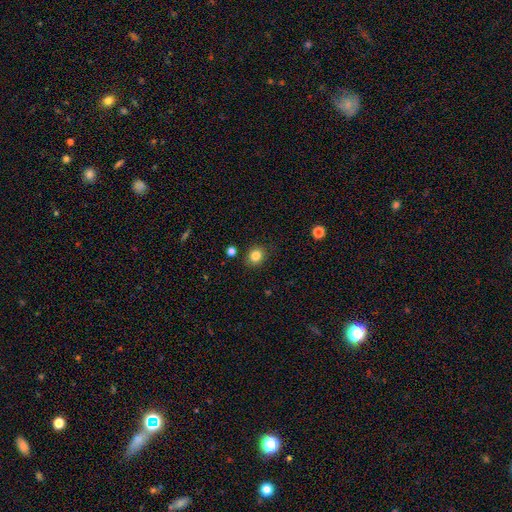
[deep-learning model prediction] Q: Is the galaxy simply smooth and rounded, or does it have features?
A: smooth — 83%.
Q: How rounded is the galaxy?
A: round — 73%.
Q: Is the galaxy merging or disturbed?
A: none — 86%.